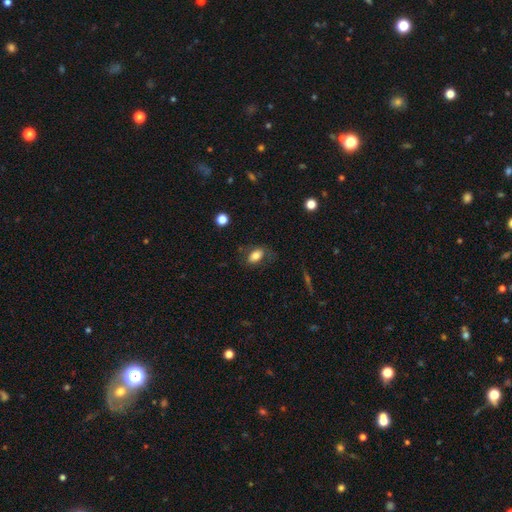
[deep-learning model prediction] This is likely a smooth galaxy (78%). How rounded: clearly in between (88%). Merging: likely none (69%).